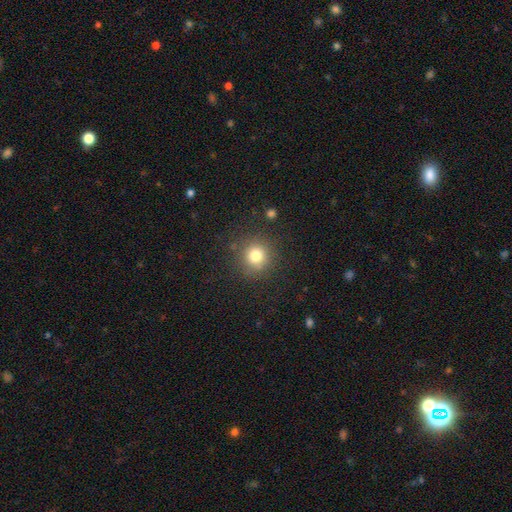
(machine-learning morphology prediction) The model was most divided on "smooth or featured": smooth: 79%, star or artifact: 13%, featured or disk: 7%. More confident: how rounded — round (92%); merging — none (85%).